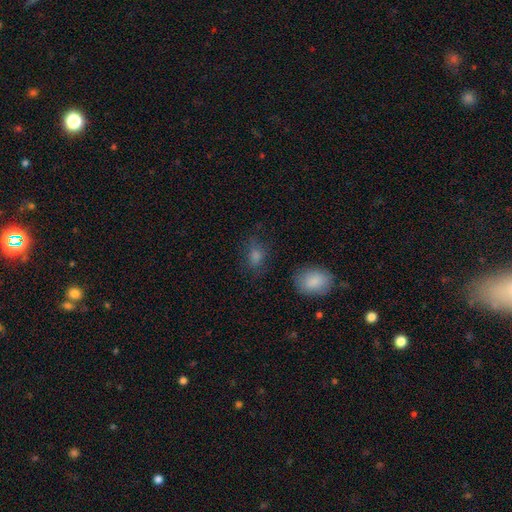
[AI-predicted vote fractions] smooth_or_featured: smooth (p=0.73) [alt: star or artifact p=0.16]
how_rounded: in between (p=0.68) [alt: round p=0.29]
merging: none (p=0.73) [alt: minor disturbance p=0.18]